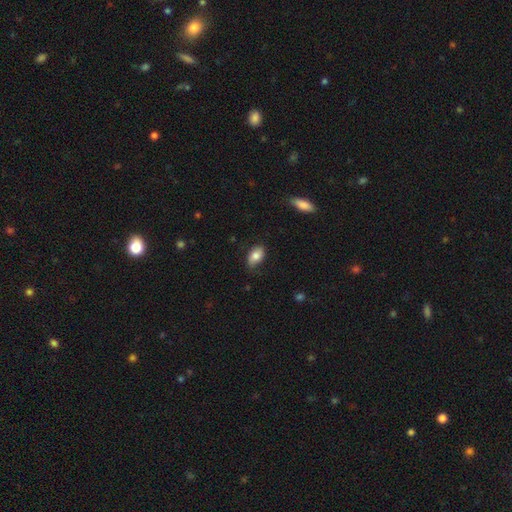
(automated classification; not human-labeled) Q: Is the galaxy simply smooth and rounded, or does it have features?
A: smooth — 82%.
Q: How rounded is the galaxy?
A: in between — 90%.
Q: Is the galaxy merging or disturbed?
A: none — 68%.